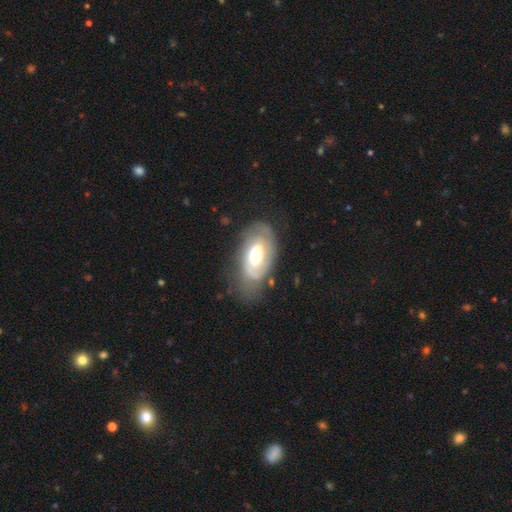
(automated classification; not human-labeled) This is likely a featured or disk galaxy (69%). It is clearly not viewed edge-on (94%). Bar: possibly no (55%). Spiral arm pattern: clearly yes (81%). Spiral arm count: possibly 2 (48%). Spiral winding: possibly tight (56%). Central bulge: likely moderate (63%). Merging: likely none (61%).